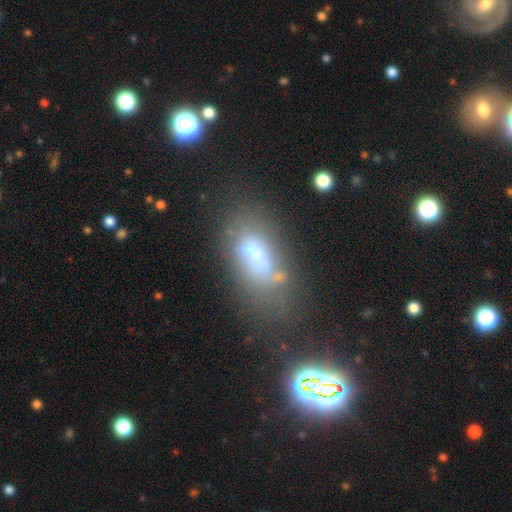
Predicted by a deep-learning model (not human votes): Q: Smooth or featured?
A: smooth (55%); runner-up: featured or disk (30%)
Q: How rounded?
A: in between (85%); runner-up: cigar-shaped (9%)
Q: Merging?
A: none (34%); runner-up: major disturbance (26%)